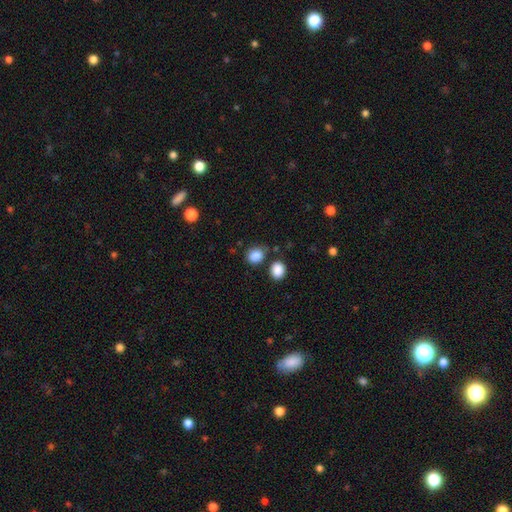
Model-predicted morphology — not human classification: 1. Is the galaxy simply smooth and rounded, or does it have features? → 86% smooth, 10% star or artifact, 4% featured or disk.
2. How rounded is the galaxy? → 58% round, 41% in between, 1% cigar-shaped.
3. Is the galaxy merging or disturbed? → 69% none, 15% minor disturbance, 11% merger, 5% major disturbance.